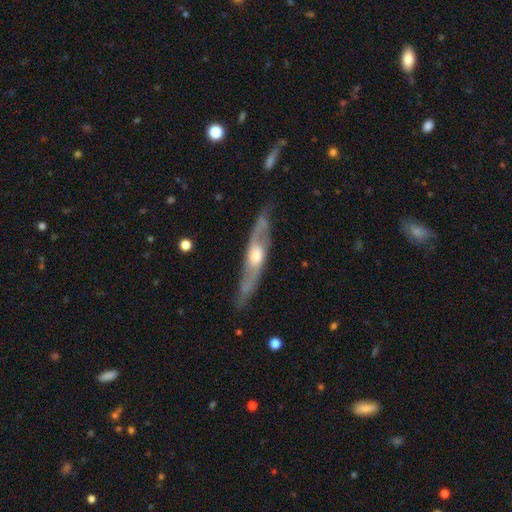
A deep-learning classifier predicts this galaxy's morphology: Smooth or featured: featured or disk — 76% (smooth — 20%)
Edge-on disk: yes — 57% (no — 43%)
Merging: none — 77% (minor disturbance — 16%)